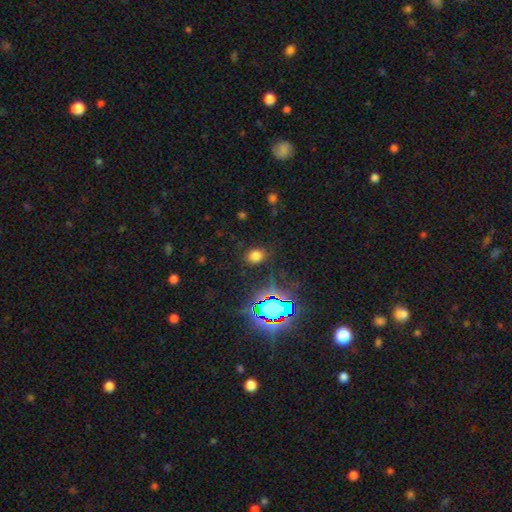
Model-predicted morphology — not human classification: Q: Smooth or featured?
A: smooth (69%); runner-up: star or artifact (25%)
Q: How rounded?
A: round (54%); runner-up: in between (44%)
Q: Merging?
A: none (85%); runner-up: minor disturbance (10%)